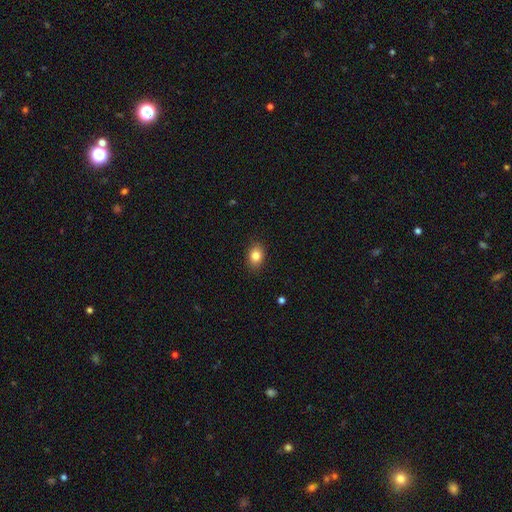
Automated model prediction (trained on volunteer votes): The model was most divided on "how rounded": in between: 64%, round: 35%, cigar-shaped: 1%. More confident: merging — none (89%); smooth or featured — smooth (84%).